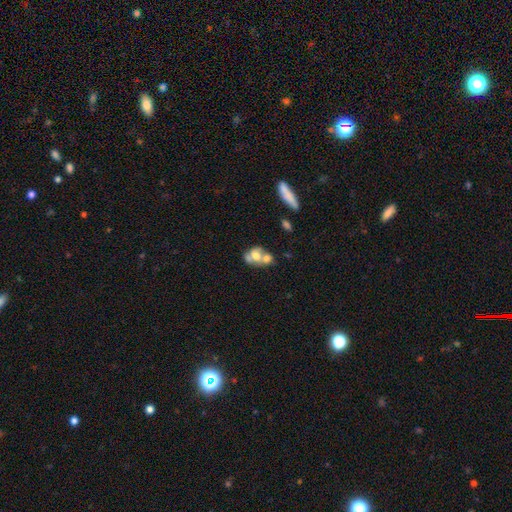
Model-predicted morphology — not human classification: smooth 54%, featured or disk 35%, star or artifact 10%. Down the decision tree: how rounded — in between (60%); merging — merger (59%).